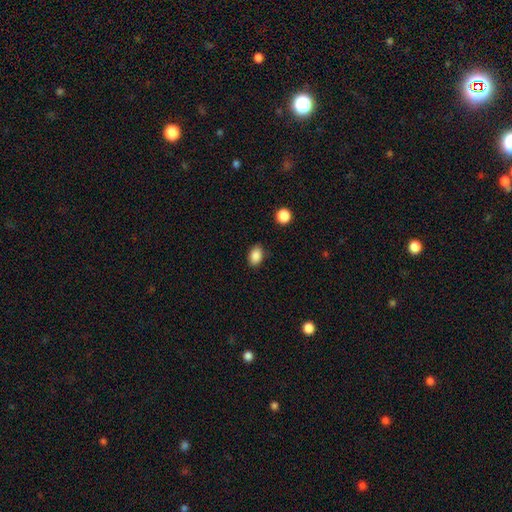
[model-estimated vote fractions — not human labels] Smooth or featured: smooth — 87% (star or artifact — 9%)
How rounded: in between — 82% (round — 17%)
Merging: none — 86% (minor disturbance — 10%)